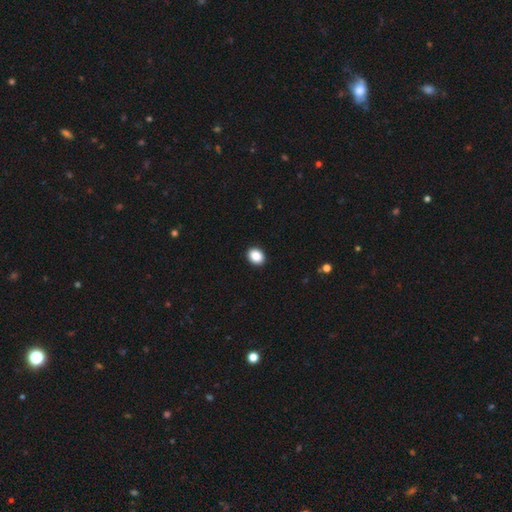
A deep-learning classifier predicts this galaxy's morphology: Smooth or featured? Predicted: smooth (p=0.89). How rounded? Predicted: in between (p=0.50). Merging? Predicted: none (p=0.92).